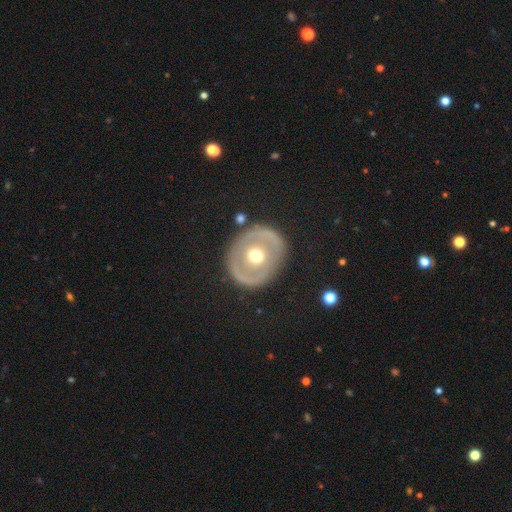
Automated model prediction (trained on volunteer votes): Overall: featured or disk (62%; smooth 32%). Edge-on disk: no (95%). Bar: no (72%). Spiral arms: no (79%). Bulge size: moderate (79%). Merging: none (82%).